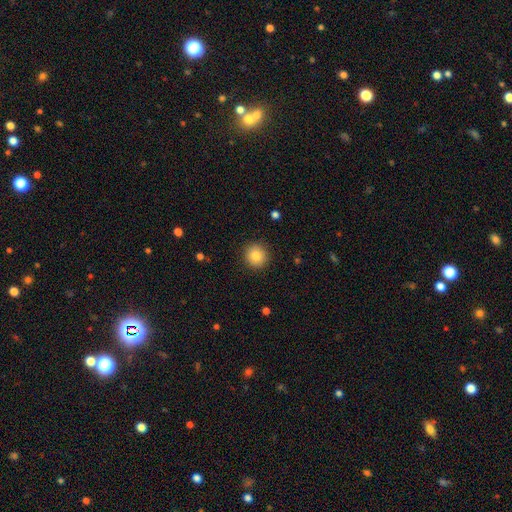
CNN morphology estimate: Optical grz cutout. It shows a smooth galaxy with no disk features (84%) that is round (93%). Merging: none (91%).